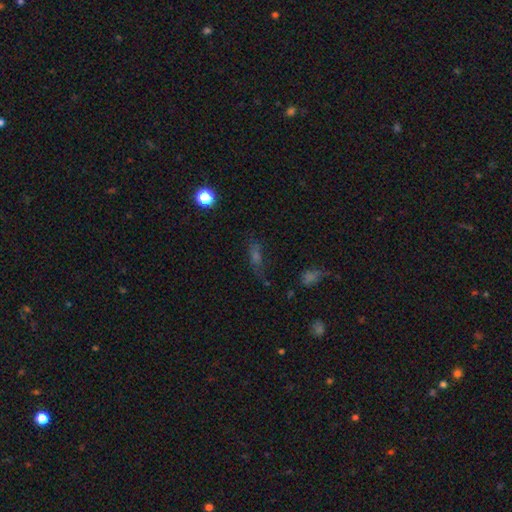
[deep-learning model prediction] smooth_or_featured: smooth (p=0.38) [alt: star or artifact p=0.36]
merging: none (p=0.64) [alt: minor disturbance p=0.18]